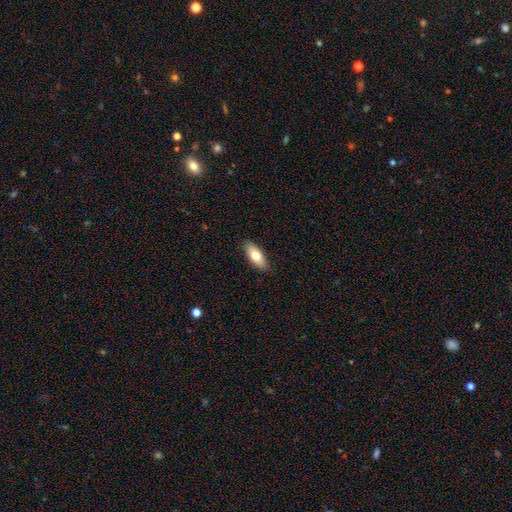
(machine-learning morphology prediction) Smooth or featured? Predicted: smooth (p=0.73). How rounded? Predicted: in between (p=0.80). Merging? Predicted: none (p=0.89).